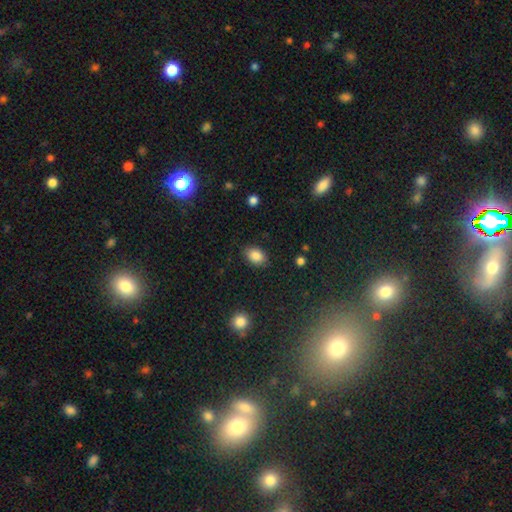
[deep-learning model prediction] Smooth or featured? smooth (86%)
How rounded? in between (79%)
Merging? none (83%)